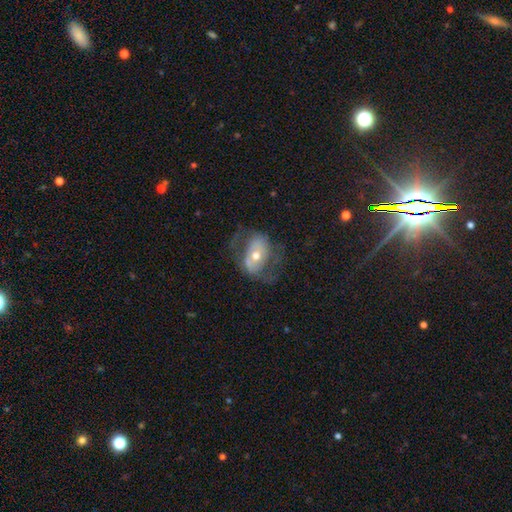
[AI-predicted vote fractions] smooth_or_featured: featured or disk (p=0.64) [alt: smooth p=0.29]
disk_edge_on: no (p=0.94) [alt: yes p=0.06]
bar: no (p=0.55) [alt: weak p=0.26]
has_spiral_arms: yes (p=0.62) [alt: no p=0.38]
bulge_size: moderate (p=0.67) [alt: small p=0.25]
merging: none (p=0.55) [alt: major disturbance p=0.24]